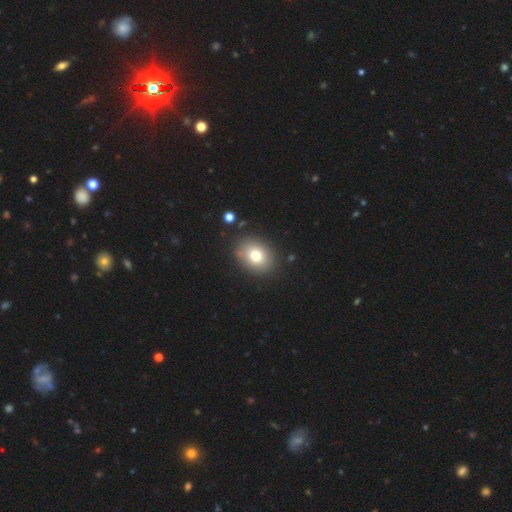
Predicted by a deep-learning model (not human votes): Overall: smooth (76%). How rounded: in between (59%; round 41%). Merging: none (86%).